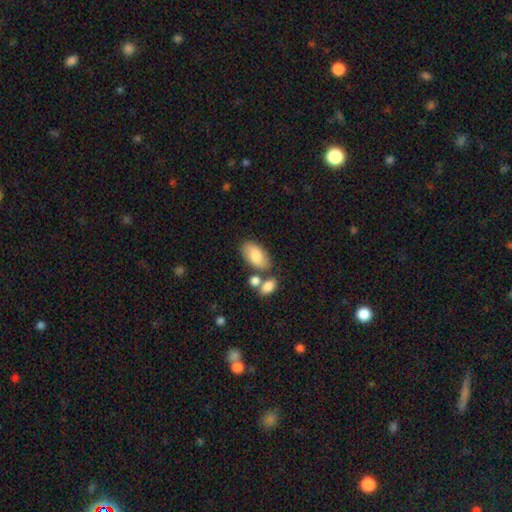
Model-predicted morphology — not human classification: type=smooth (79%); roundness=in between (94%); merging=none (63%).